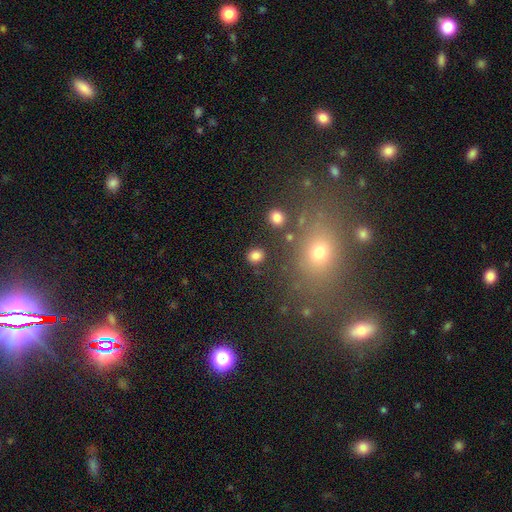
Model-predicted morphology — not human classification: Smooth or featured? Predicted: smooth (p=0.83). How rounded? Predicted: round (p=0.73). Merging? Predicted: none (p=0.86).